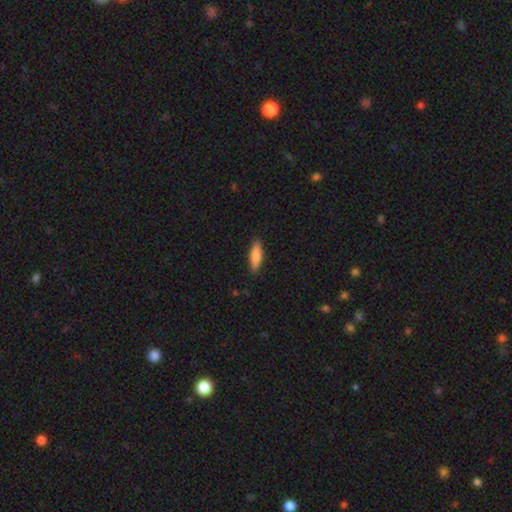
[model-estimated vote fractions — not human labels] Overall: smooth (79%). How rounded: cigar-shaped (60%; in between 38%). Merging: none (88%).